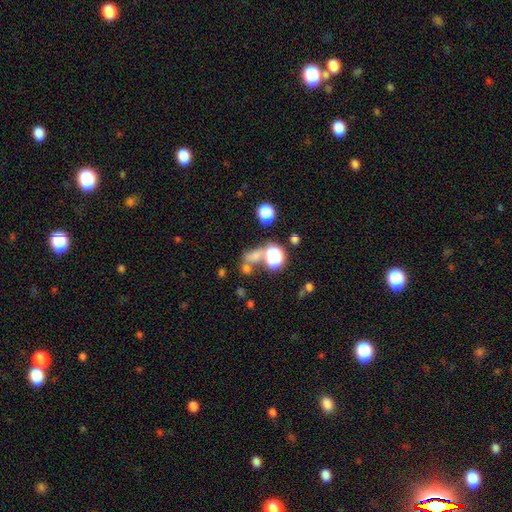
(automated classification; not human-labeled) A smooth galaxy with no disk features (55%) that is round (56%). Merging: none (46%).